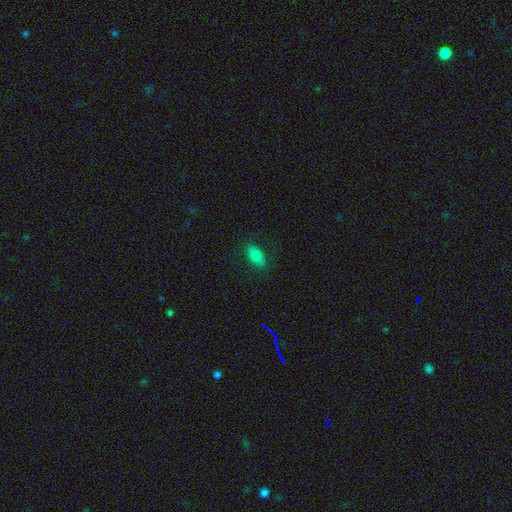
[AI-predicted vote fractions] Overall: smooth (80%). How rounded: in between (90%). Merging: none (84%).